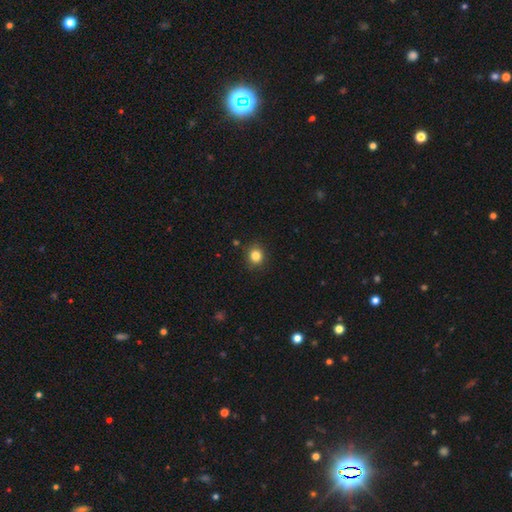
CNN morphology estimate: smooth 84%, star or artifact 11%, featured or disk 5%. Down the decision tree: how rounded — round (83%); merging — none (88%).